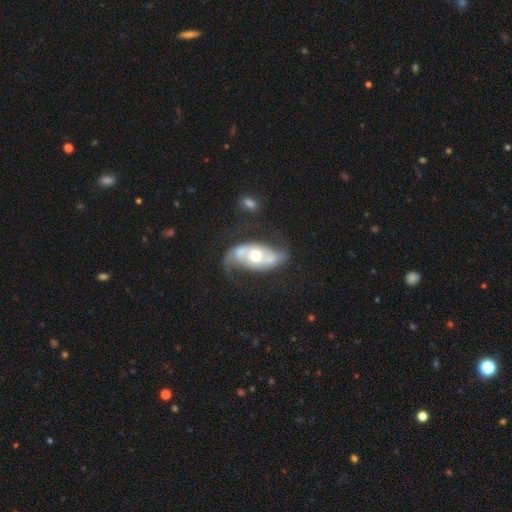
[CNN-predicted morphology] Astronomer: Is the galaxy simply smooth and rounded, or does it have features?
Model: featured or disk — 81%.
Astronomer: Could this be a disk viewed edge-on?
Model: no — 95%.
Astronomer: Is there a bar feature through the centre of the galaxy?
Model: no — 58%.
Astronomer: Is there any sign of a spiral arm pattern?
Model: yes — 86%.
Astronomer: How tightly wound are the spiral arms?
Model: loose — 50% (runner-up: medium, 36%).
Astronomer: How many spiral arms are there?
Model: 2 — 88%.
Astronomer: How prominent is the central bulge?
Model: moderate — 74%.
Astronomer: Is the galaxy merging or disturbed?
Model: none — 55%.